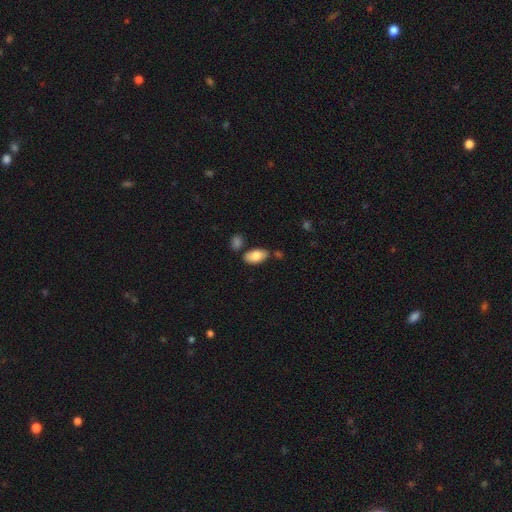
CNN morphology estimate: This appears to be a smooth galaxy with no disk features (80%) that is in between round and cigar-shaped (93%). Merging: none (73%).